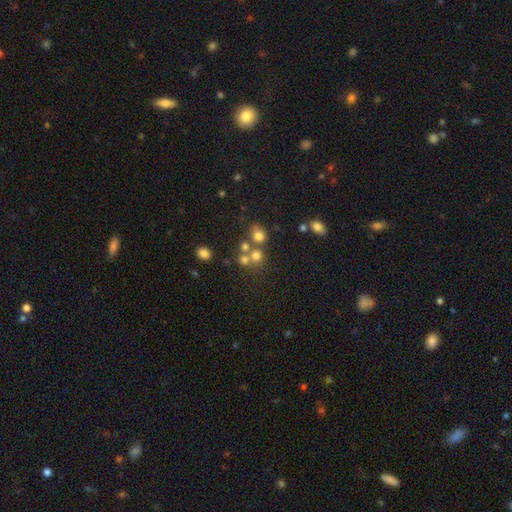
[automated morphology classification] Smooth or featured? smooth (67%)
How rounded? round (84%)
Merging? none (51%)